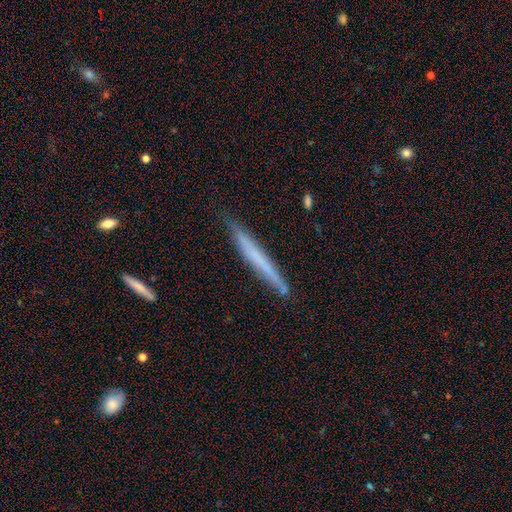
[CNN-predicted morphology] Smooth or featured?
  - smooth: 53% *
  - featured or disk: 40%
  - star or artifact: 7%
How rounded?
  - cigar-shaped: 97% *
  - in between: 2%
  - round: 1%
Merging?
  - none: 83% *
  - minor disturbance: 14%
  - major disturbance: 2%
  - merger: 2%